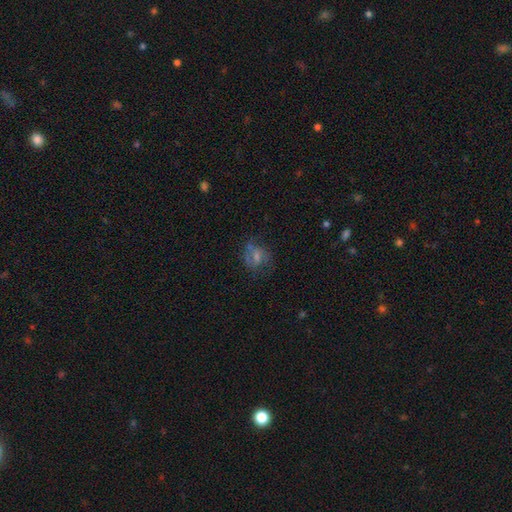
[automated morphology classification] Smooth or featured? Predicted: featured or disk (p=0.50). Edge-on disk? Predicted: no (p=0.97). Merging? Predicted: none (p=0.53).